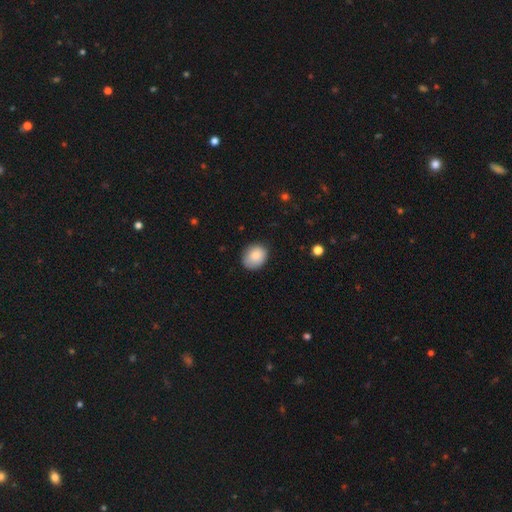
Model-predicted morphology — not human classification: This is clearly a smooth galaxy (85%). How rounded: possibly round (58%). Merging: likely none (80%).